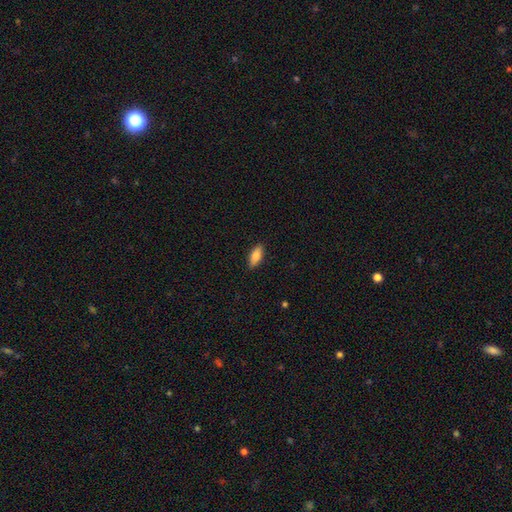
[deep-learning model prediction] This appears to be a smooth galaxy with no disk features (80%) that is in between round and cigar-shaped (79%). Merging: none (88%).